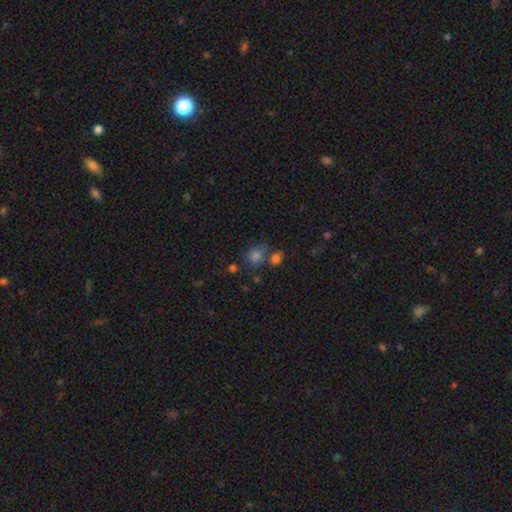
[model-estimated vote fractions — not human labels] The model was most divided on "merging": none: 60%, merger: 22%, minor disturbance: 13%, major disturbance: 5%. More confident: how rounded — round (81%); smooth or featured — smooth (76%).